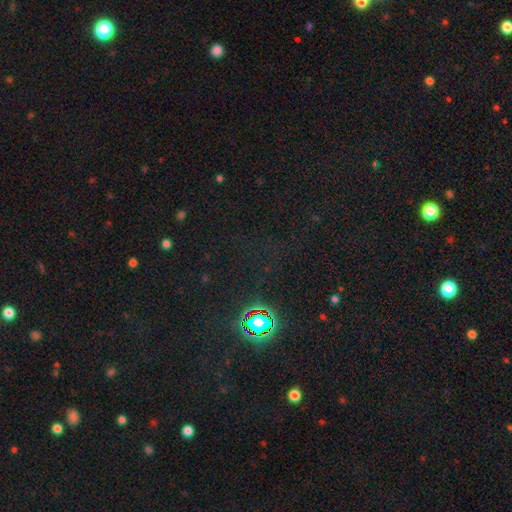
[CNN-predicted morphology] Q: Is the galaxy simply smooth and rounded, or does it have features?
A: star or artifact — 78%.